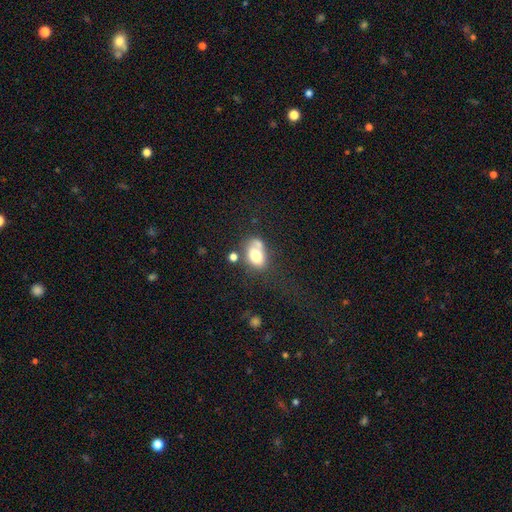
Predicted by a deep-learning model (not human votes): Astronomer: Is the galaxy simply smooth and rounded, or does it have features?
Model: smooth — 70%.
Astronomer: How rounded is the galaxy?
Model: in between — 78%.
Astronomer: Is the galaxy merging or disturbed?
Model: none — 38% (runner-up: merger, 30%).